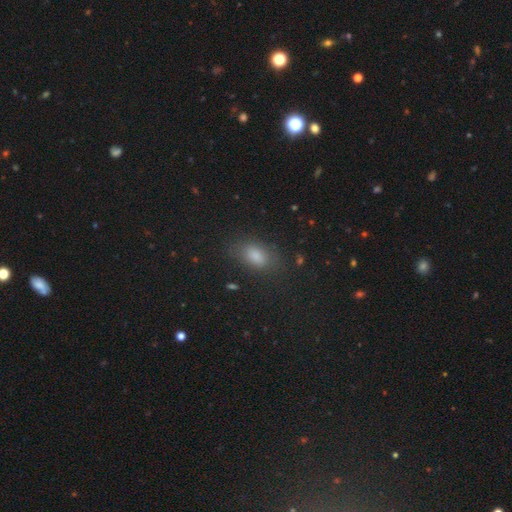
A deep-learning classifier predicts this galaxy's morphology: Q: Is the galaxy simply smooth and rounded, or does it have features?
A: smooth — 75%.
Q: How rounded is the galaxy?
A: in between — 85%.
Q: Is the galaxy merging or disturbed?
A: none — 81%.